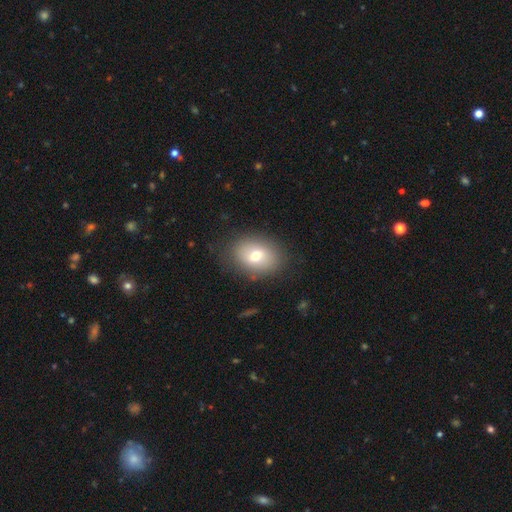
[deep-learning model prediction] Morphology: type=smooth (72%); roundness=in between (60%); merging=none (83%).